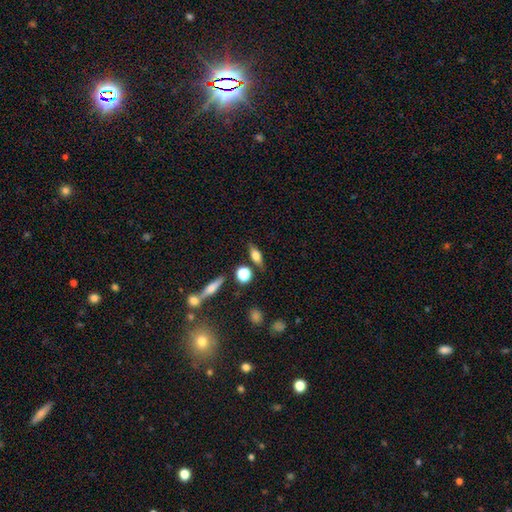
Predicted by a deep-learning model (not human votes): Overall: smooth (58%; featured or disk 32%). How rounded: in between (60%; cigar-shaped 30%). Merging: none (76%).